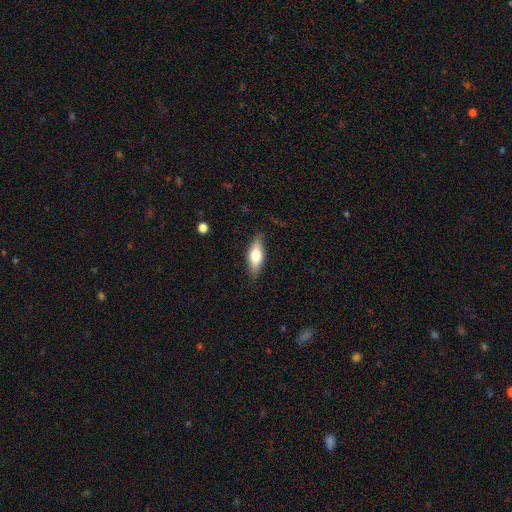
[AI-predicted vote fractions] The model was most divided on "smooth or featured": smooth: 61%, featured or disk: 33%, star or artifact: 6%. More confident: merging — none (82%); how rounded — in between (65%).